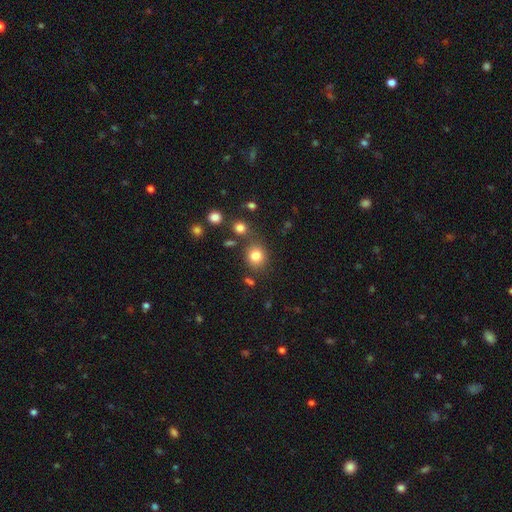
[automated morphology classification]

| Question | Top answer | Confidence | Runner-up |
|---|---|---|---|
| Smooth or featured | smooth | 82% | star or artifact (12%) |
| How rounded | round | 78% | in between (21%) |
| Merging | none | 75% | minor disturbance (12%) |